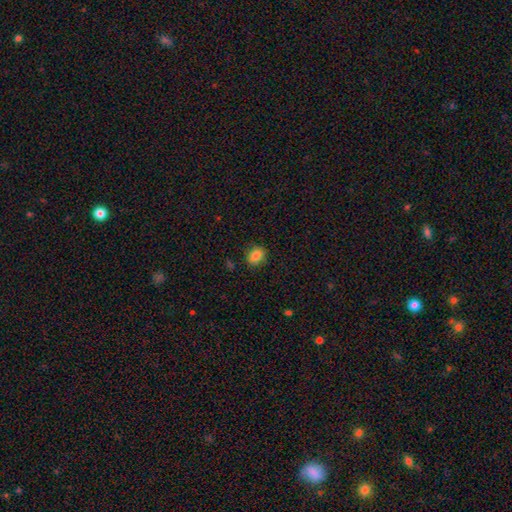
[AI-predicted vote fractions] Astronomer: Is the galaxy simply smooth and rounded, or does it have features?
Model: smooth — 85%.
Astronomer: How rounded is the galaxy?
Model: in between — 50% (runner-up: round, 49%).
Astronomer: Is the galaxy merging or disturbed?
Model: none — 85%.